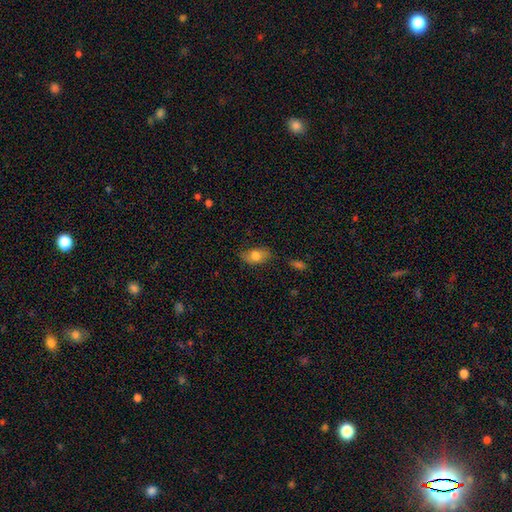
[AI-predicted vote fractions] smooth_or_featured: smooth (p=0.77) [alt: featured or disk p=0.15]
how_rounded: in between (p=0.88) [alt: round p=0.09]
merging: none (p=0.75) [alt: minor disturbance p=0.19]